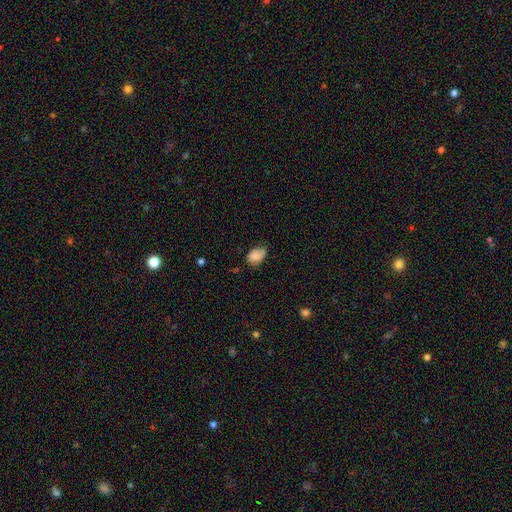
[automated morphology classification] A smooth galaxy with no disk features (81%) that is in between round and cigar-shaped (82%). Merging: none (52%).